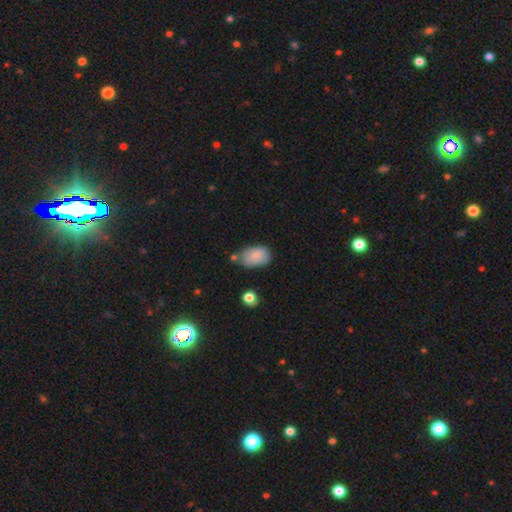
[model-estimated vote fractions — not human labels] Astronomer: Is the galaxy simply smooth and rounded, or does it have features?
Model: smooth — 84%.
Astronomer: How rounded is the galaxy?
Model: in between — 90%.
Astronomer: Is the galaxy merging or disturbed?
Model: none — 54% (runner-up: minor disturbance, 30%).